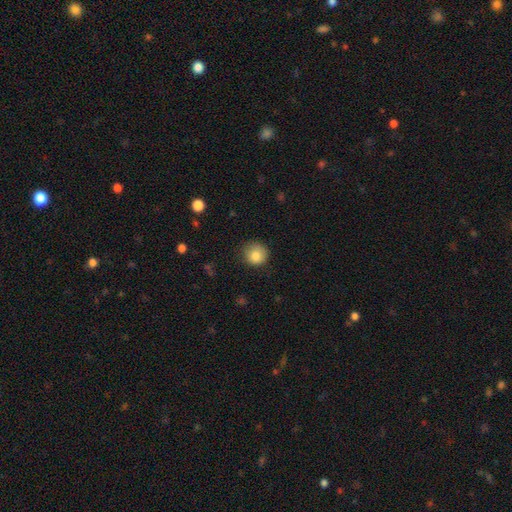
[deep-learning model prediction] This appears to be a smooth galaxy with no disk features (83%) that is round (90%). Merging: none (78%).